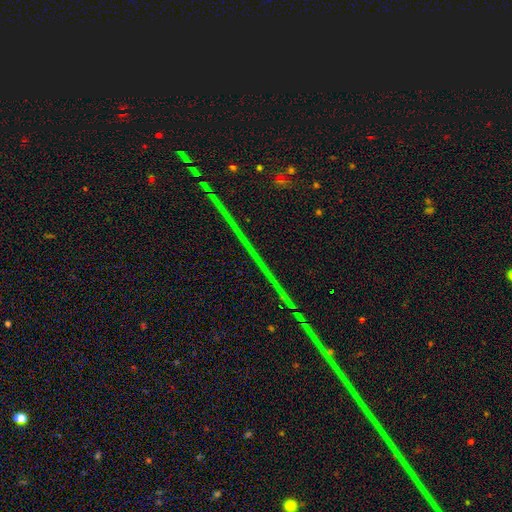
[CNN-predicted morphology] smooth-or-featured: star or artifact: 81% | featured or disk: 13% | smooth: 6%